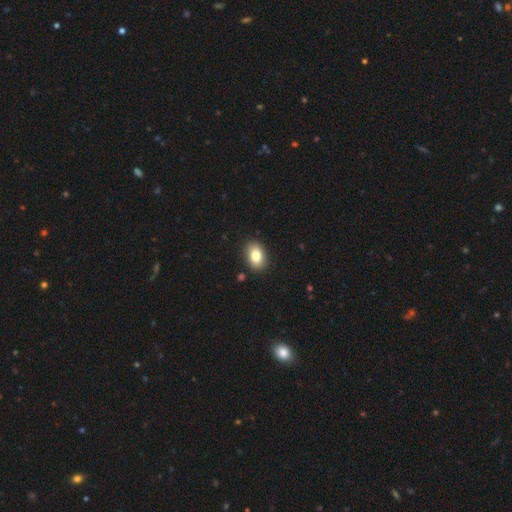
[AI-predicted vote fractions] A smooth galaxy with no disk features (81%) that is in between round and cigar-shaped (78%).

Vote fractions:
- Smooth or featured? smooth: 81% / featured or disk: 10% / star or artifact: 9%
- How rounded? in between: 78% / round: 20% / cigar-shaped: 1%
- Merging? none: 89% / minor disturbance: 8% / major disturbance: 2% / merger: 1%